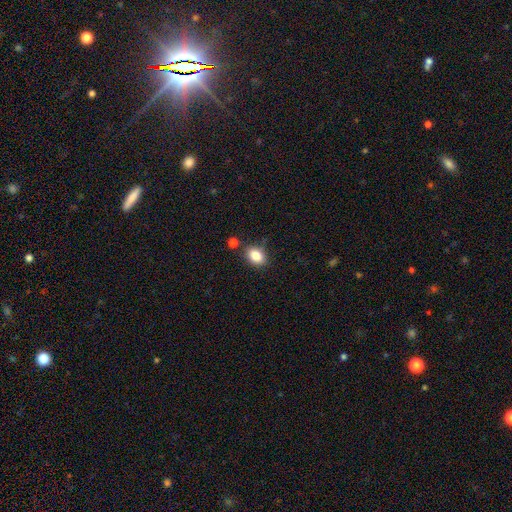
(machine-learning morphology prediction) Smooth or featured: smooth — 85% (star or artifact — 9%)
How rounded: in between — 77% (round — 22%)
Merging: none — 77% (minor disturbance — 13%)